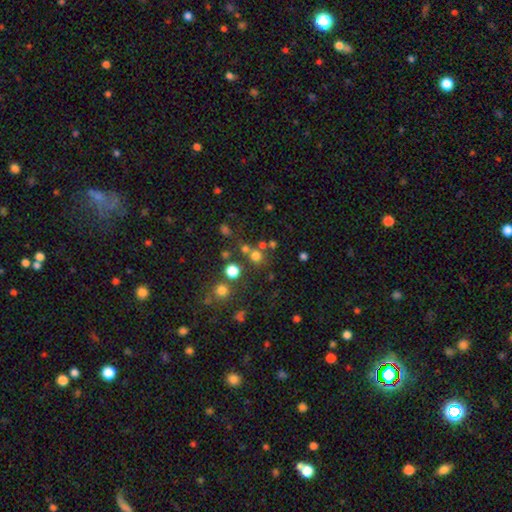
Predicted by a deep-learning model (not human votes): Smooth or featured: smooth — 69% (star or artifact — 23%)
How rounded: round — 89% (in between — 10%)
Merging: none — 67% (merger — 20%)